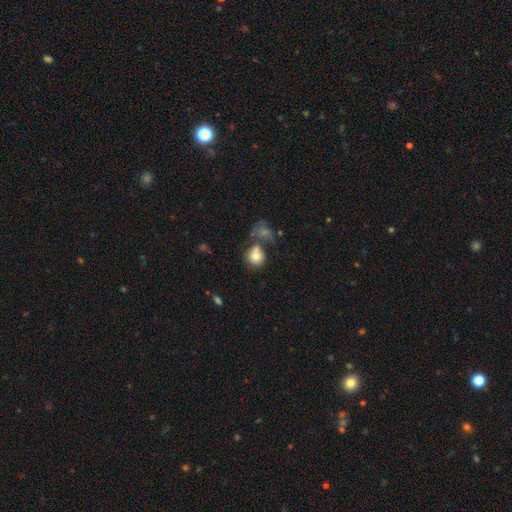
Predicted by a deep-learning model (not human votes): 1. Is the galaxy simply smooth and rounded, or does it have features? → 75% smooth, 15% featured or disk, 9% star or artifact.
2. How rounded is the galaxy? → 84% round, 15% in between, 1% cigar-shaped.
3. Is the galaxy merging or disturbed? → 50% none, 29% merger, 14% minor disturbance, 7% major disturbance.